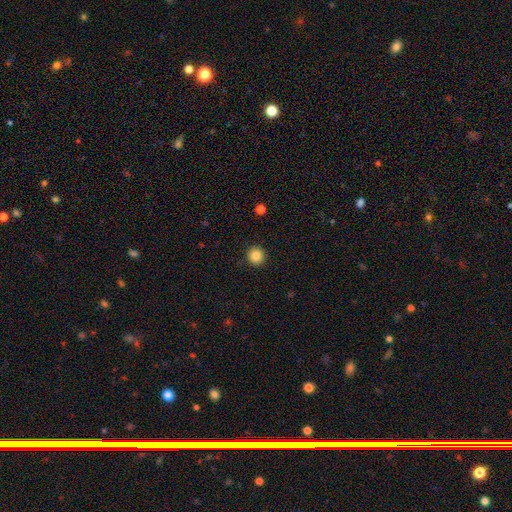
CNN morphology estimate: Q: Smooth or featured?
A: smooth (85%); runner-up: star or artifact (10%)
Q: How rounded?
A: round (94%); runner-up: in between (5%)
Q: Merging?
A: none (92%); runner-up: minor disturbance (5%)